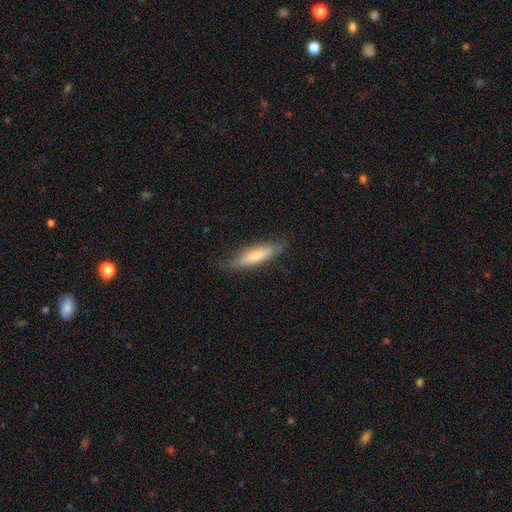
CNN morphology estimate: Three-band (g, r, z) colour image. It shows a smooth galaxy with no disk features (66%) that is cigar-shaped (69%). Merging: none (78%).